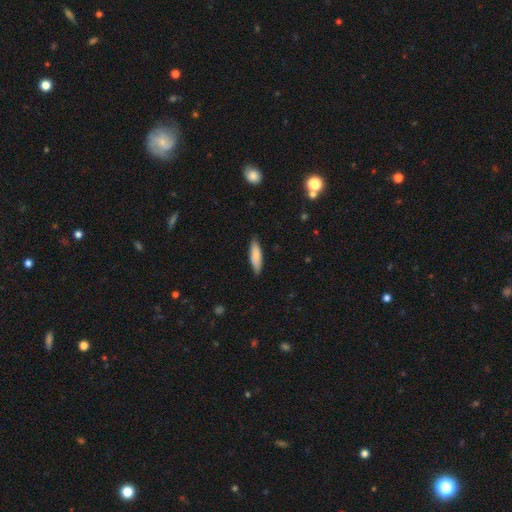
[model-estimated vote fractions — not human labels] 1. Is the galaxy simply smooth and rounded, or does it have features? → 83% smooth, 12% featured or disk, 6% star or artifact.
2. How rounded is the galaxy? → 61% cigar-shaped, 37% in between, 1% round.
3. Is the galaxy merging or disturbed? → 84% none, 13% minor disturbance, 2% major disturbance, 1% merger.